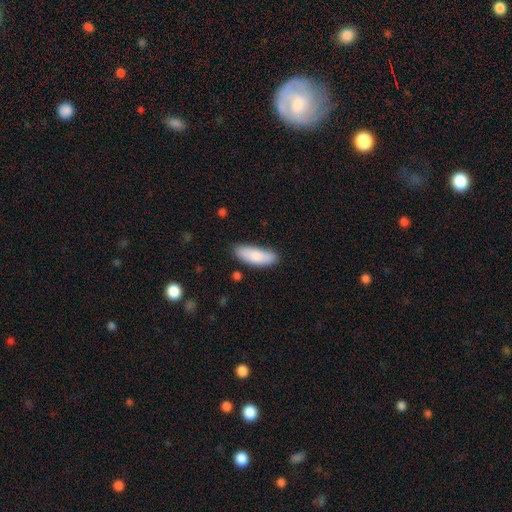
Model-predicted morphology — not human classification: smooth 85%, featured or disk 9%, star or artifact 6%. Down the decision tree: how rounded — in between (67%); merging — none (77%).